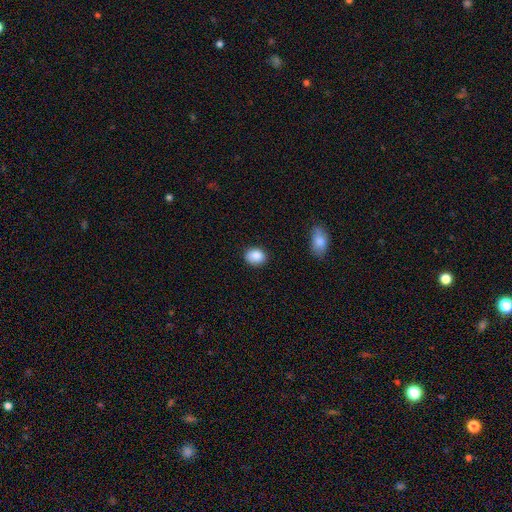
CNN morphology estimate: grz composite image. It shows a smooth galaxy with no disk features (88%) that is round (51%). Merging: none (84%).